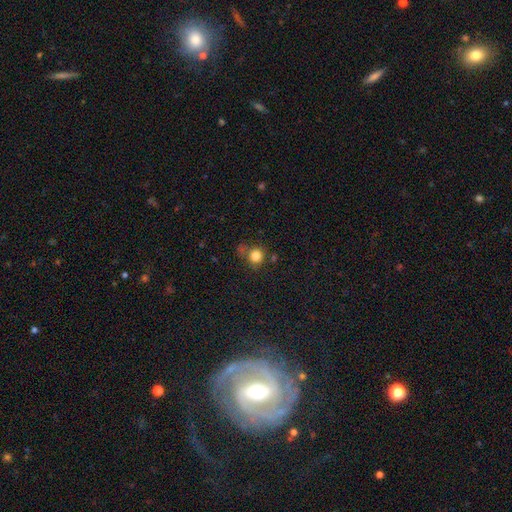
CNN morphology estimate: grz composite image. It shows a smooth galaxy with no disk features (82%) that is round (89%). Merging: none (65%).